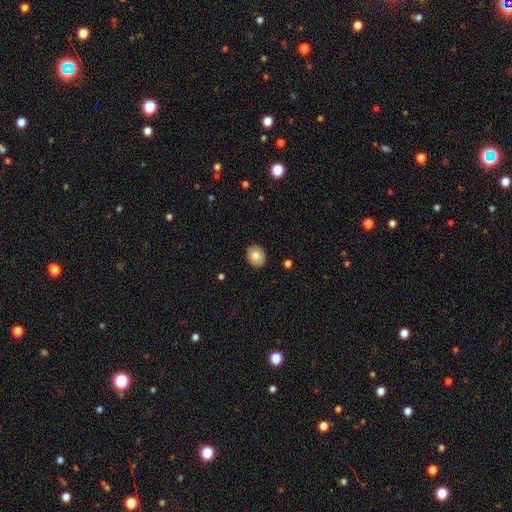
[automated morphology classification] type=smooth (77%); roundness=round (60%); merging=none (90%).